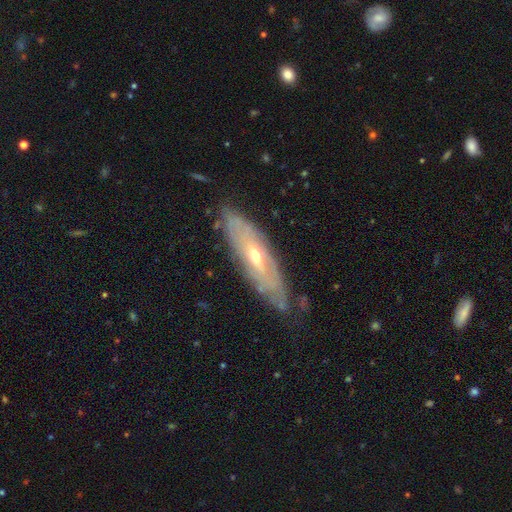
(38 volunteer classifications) smooth_or_featured: featured or disk (p=0.87) [alt: smooth p=0.08]
disk_edge_on: no (p=0.76) [alt: yes p=0.24]
bar: weak (p=0.52) [alt: no p=0.36]
has_spiral_arms: yes (p=0.72) [alt: no p=0.28]
spiral_winding: tight (p=0.72) [alt: medium p=0.28]
spiral_arm_count: can't tell (p=0.72) [alt: more than 4 p=0.17]
bulge_size: moderate (p=0.48) [tied with: small p=0.48]
merging: none (p=0.86) [alt: minor disturbance p=0.08]